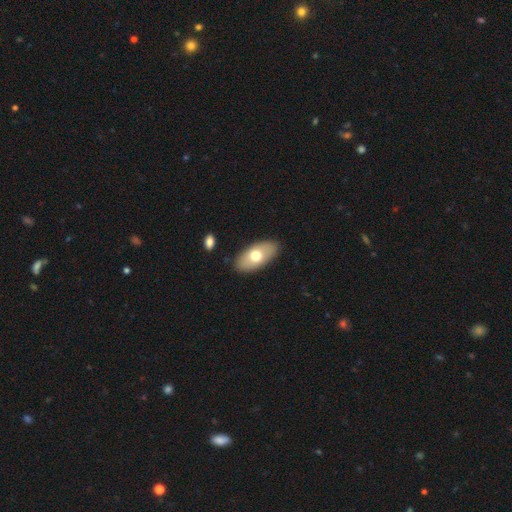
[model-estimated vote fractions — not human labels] Overall: smooth (67%; featured or disk 27%). How rounded: in between (93%). Merging: none (87%).